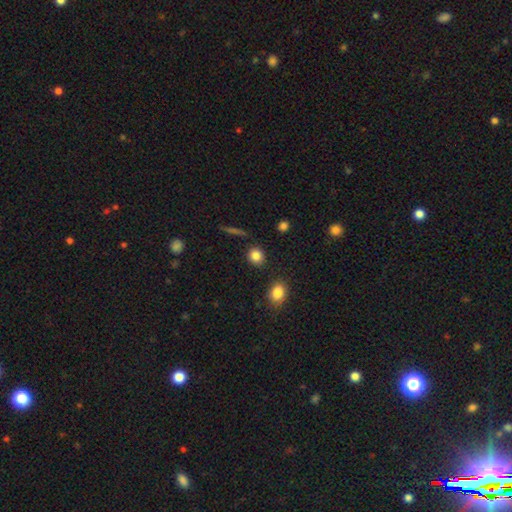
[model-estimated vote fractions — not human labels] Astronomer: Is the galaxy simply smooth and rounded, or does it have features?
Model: smooth — 85%.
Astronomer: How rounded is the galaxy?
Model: round — 82%.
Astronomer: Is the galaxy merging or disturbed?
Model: none — 87%.